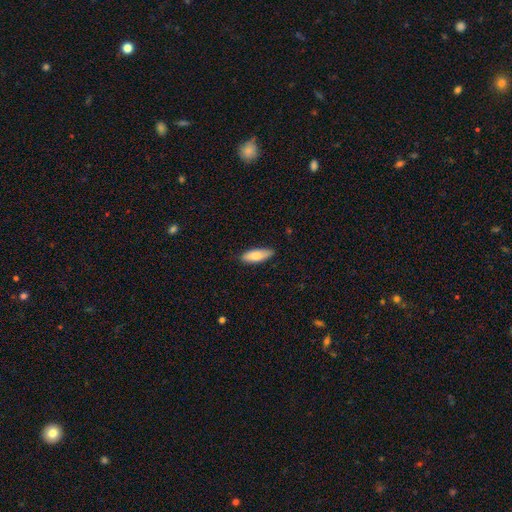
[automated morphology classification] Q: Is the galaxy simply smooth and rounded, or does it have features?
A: smooth — 79%.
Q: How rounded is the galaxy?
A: in between — 65%.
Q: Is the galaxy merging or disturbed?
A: none — 82%.